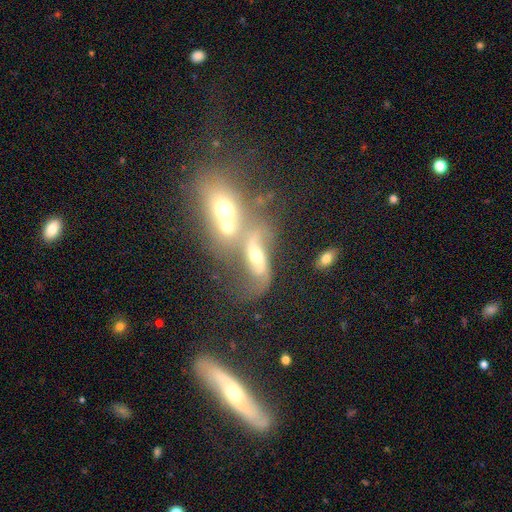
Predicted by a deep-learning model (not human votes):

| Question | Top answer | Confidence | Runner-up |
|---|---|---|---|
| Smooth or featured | featured or disk | 63% | smooth (25%) |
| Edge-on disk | no | 91% | yes (9%) |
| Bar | no | 53% | weak (32%) |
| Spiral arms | yes | 74% | no (26%) |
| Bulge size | moderate | 57% | small (26%) |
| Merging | merger | 57% | none (20%) |